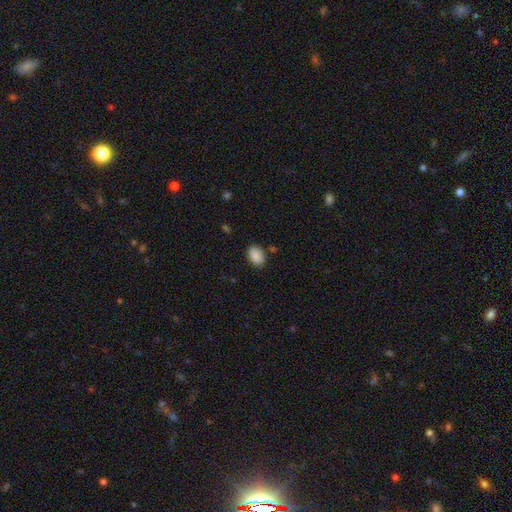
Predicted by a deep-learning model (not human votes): This appears to be a smooth galaxy with no disk features (88%) that is in between round and cigar-shaped (82%). Merging: none (81%).